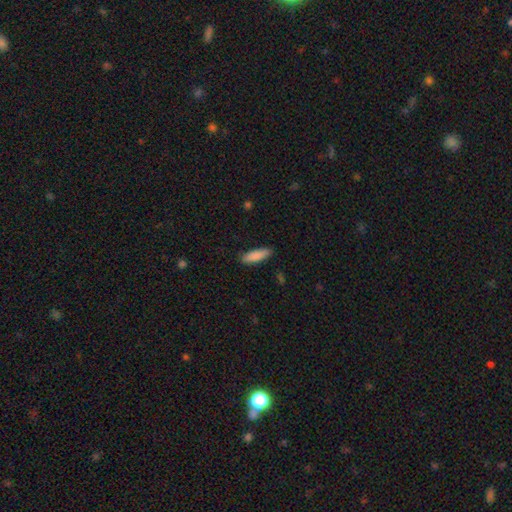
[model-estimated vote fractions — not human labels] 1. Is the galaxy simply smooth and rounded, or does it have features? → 87% smooth, 7% featured or disk, 6% star or artifact.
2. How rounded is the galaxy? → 52% cigar-shaped, 47% in between, 2% round.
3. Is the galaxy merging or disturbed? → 87% none, 10% minor disturbance, 2% major disturbance, 1% merger.